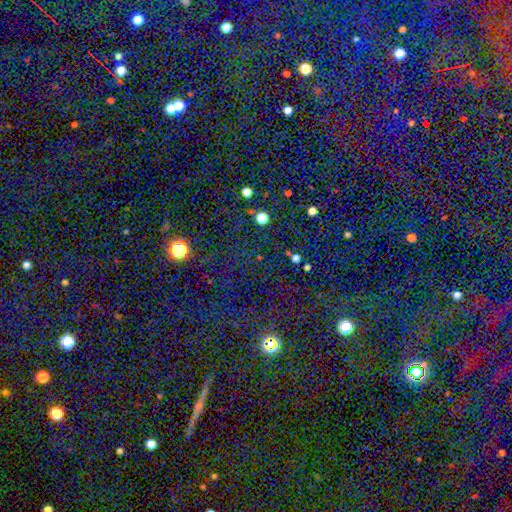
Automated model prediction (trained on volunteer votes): This appears to be a star or artifact, not a galaxy (72%).